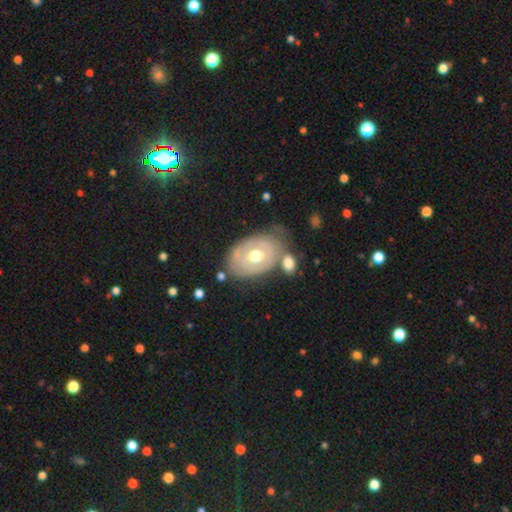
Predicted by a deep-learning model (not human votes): smooth_or_featured: featured or disk (p=0.61) [alt: smooth p=0.33]
disk_edge_on: no (p=0.94) [alt: yes p=0.06]
bar: no (p=0.81) [alt: weak p=0.15]
has_spiral_arms: no (p=0.65) [alt: yes p=0.35]
bulge_size: moderate (p=0.76) [alt: large p=0.14]
merging: none (p=0.55) [alt: minor disturbance p=0.22]